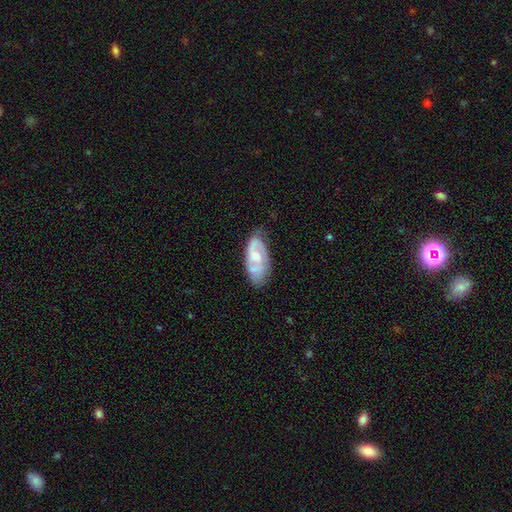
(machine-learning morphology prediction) smooth-or-featured: featured or disk: 63% | smooth: 31% | star or artifact: 6%
  disk-edge-on: no: 94% | yes: 6%
    bar: no: 57% | weak: 36% | strong: 7%
    has-spiral-arms: yes: 78% | no: 22%
    bulge-size: moderate: 54% | small: 29% | large: 8% | none: 7% | dominant: 1%
  merging: none: 58% | minor disturbance: 28% | major disturbance: 9% | merger: 4%